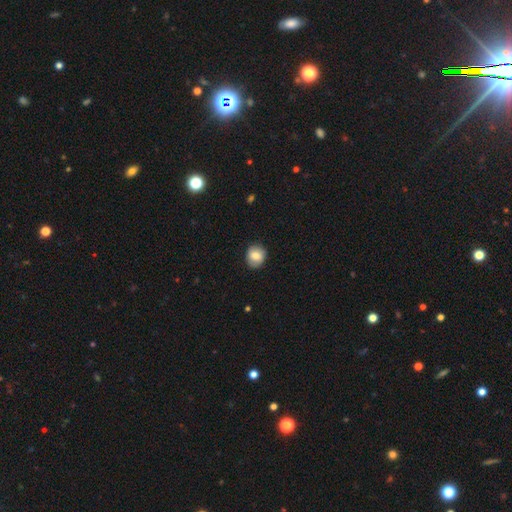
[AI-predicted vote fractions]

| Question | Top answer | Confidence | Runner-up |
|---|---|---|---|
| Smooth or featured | smooth | 79% | featured or disk (13%) |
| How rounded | round | 75% | in between (24%) |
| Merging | none | 86% | minor disturbance (11%) |